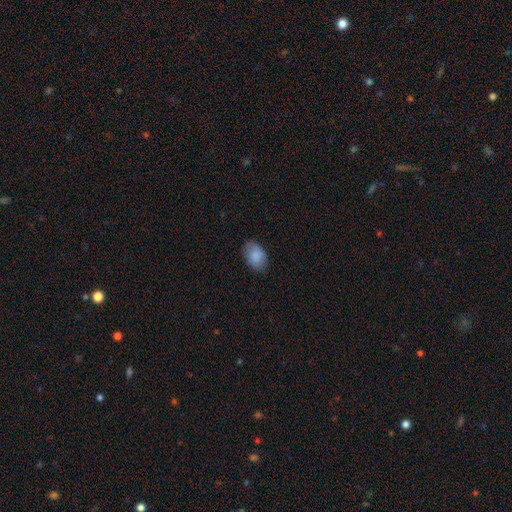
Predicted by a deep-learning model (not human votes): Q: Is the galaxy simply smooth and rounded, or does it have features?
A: smooth — 86%.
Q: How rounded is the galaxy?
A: in between — 86%.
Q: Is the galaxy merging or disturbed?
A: none — 79%.